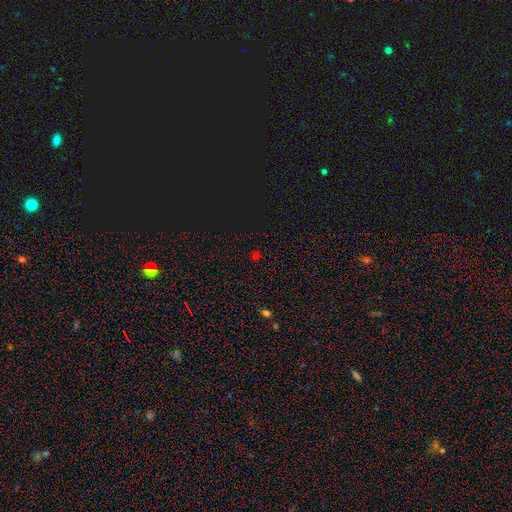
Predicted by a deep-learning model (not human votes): The model was most divided on "smooth or featured": star or artifact: 54%, smooth: 41%, featured or disk: 5%.